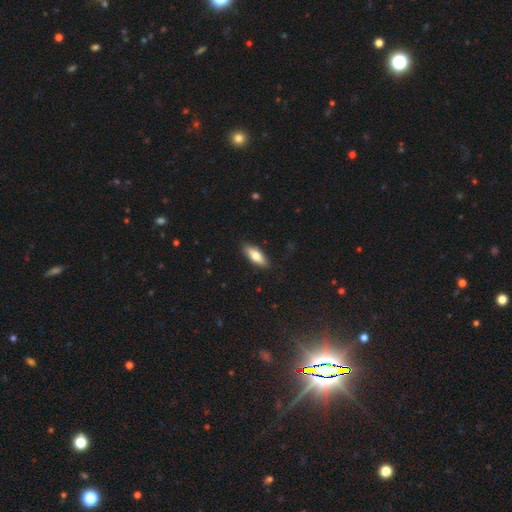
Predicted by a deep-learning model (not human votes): Smooth or featured: smooth — 74% (featured or disk — 20%)
How rounded: in between — 67% (cigar-shaped — 31%)
Merging: none — 86% (minor disturbance — 11%)